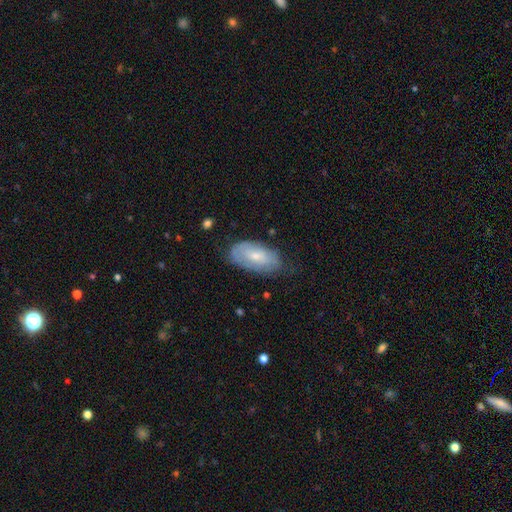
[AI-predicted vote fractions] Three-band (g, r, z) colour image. It shows a smooth galaxy with no disk features (52%) that is in between round and cigar-shaped (92%). Merging: none (64%).